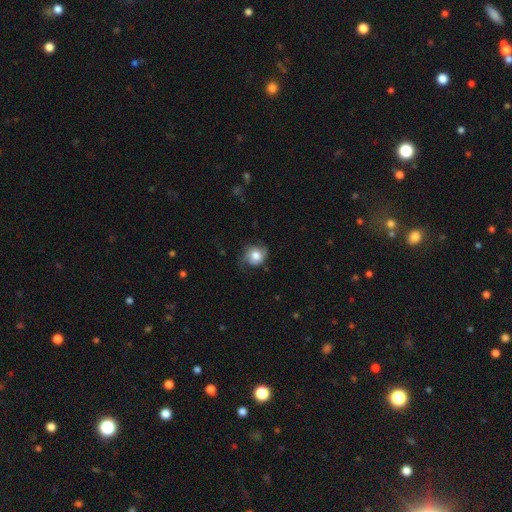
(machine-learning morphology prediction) type=smooth (65%); roundness=round (72%); merging=none (59%).